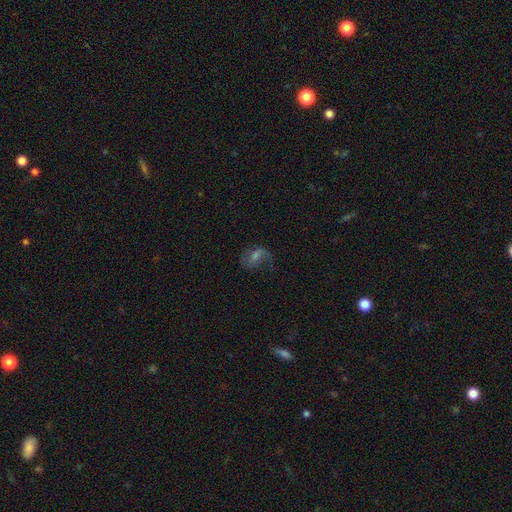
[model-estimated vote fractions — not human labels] smooth_or_featured: featured or disk (p=0.54) [alt: smooth p=0.28]
disk_edge_on: no (p=0.95) [alt: yes p=0.05]
bar: weak (p=0.47) [alt: no p=0.36]
has_spiral_arms: yes (p=0.80) [alt: no p=0.20]
bulge_size: small (p=0.43) [alt: moderate p=0.35]
merging: none (p=0.55) [alt: major disturbance p=0.22]